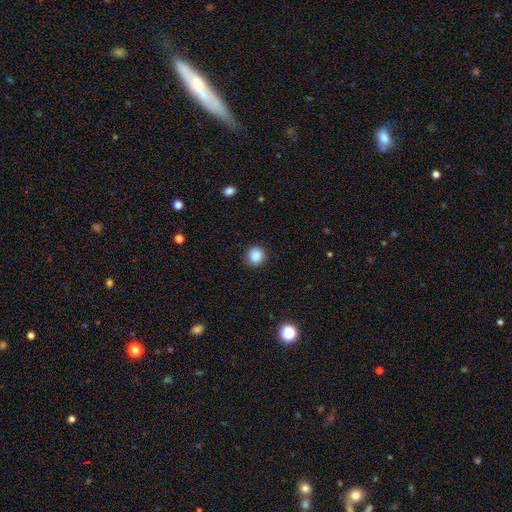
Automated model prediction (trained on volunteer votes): Smooth or featured: smooth — 87% (star or artifact — 10%)
How rounded: round — 90% (in between — 9%)
Merging: none — 90% (minor disturbance — 7%)